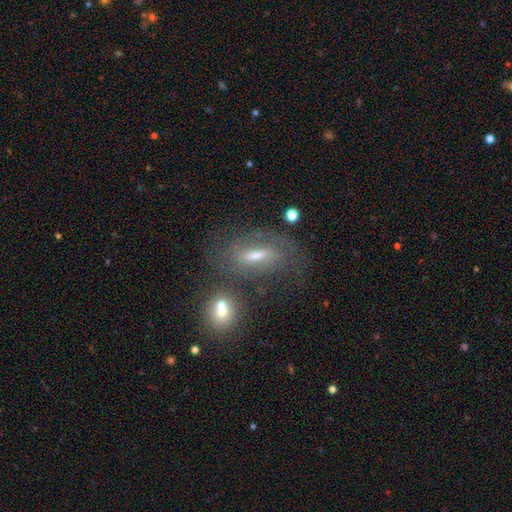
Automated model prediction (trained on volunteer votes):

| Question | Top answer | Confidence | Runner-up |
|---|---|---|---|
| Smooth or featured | featured or disk | 55% | smooth (33%) |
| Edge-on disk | no | 78% | yes (22%) |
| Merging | none | 57% | minor disturbance (19%) |